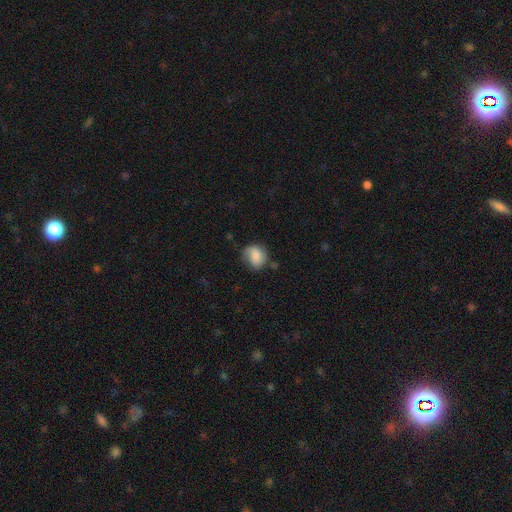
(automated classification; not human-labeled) This is likely a smooth galaxy (65%). How rounded: likely round (67%). Merging: likely none (62%).